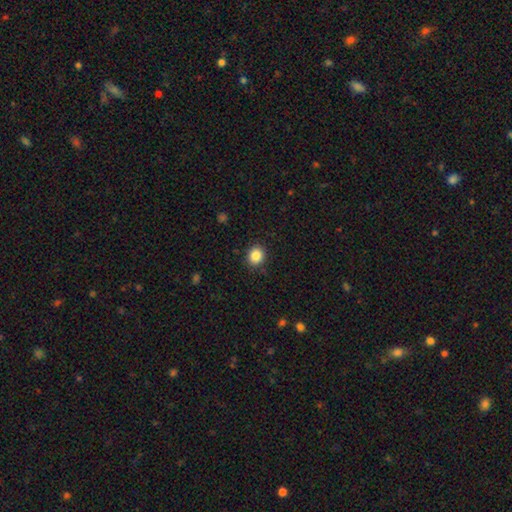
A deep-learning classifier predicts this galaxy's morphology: Overall: smooth (86%). How rounded: round (75%). Merging: none (87%).